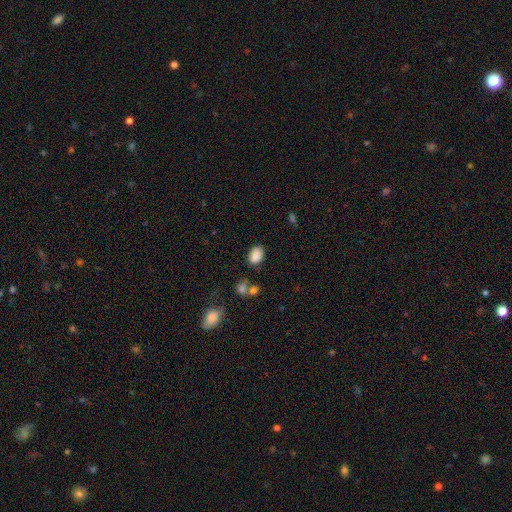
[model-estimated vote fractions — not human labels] A smooth galaxy with no disk features (87%) that is in between round and cigar-shaped (80%).

Vote fractions:
- Smooth or featured? smooth: 87% / star or artifact: 9% / featured or disk: 5%
- How rounded? in between: 80% / round: 19% / cigar-shaped: 1%
- Merging? none: 78% / minor disturbance: 14% / merger: 5% / major disturbance: 4%